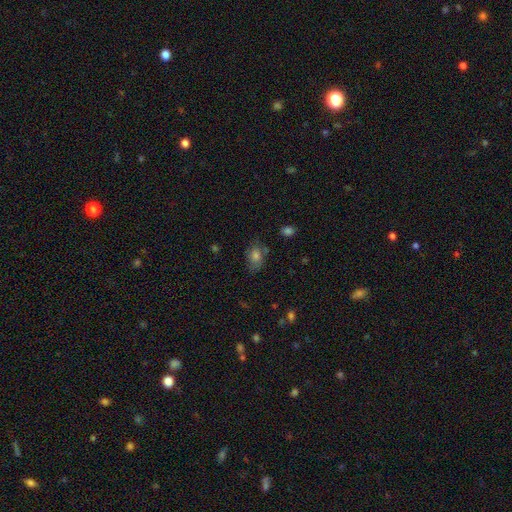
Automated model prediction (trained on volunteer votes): smooth_or_featured: smooth (p=0.67) [alt: featured or disk p=0.17]
how_rounded: in between (p=0.74) [alt: round p=0.25]
merging: none (p=0.64) [alt: minor disturbance p=0.23]